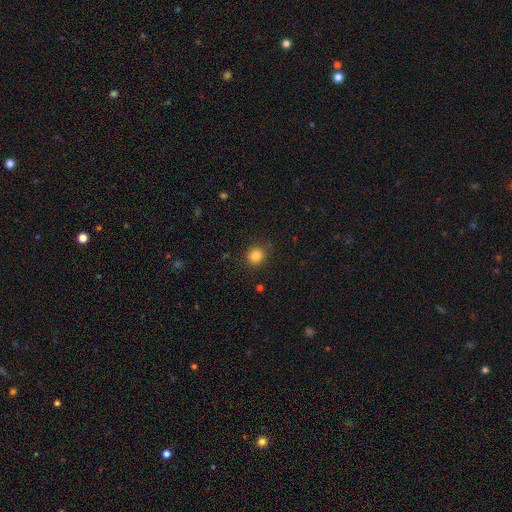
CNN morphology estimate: smooth 83%, star or artifact 12%, featured or disk 5%. Down the decision tree: how rounded — round (88%); merging — none (88%).